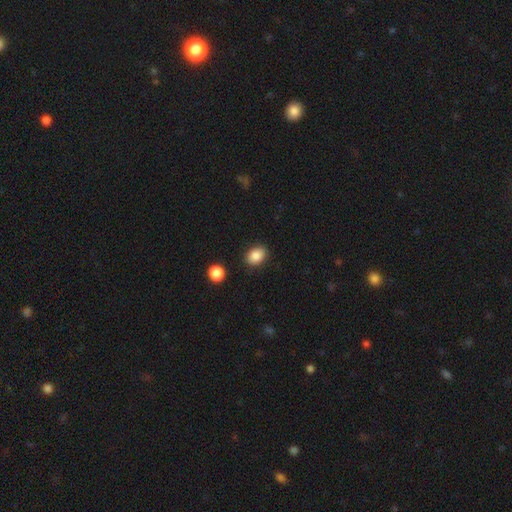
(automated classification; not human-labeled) The model was most divided on "how rounded": in between: 70%, round: 29%, cigar-shaped: 1%. More confident: merging — none (85%); smooth or featured — smooth (85%).